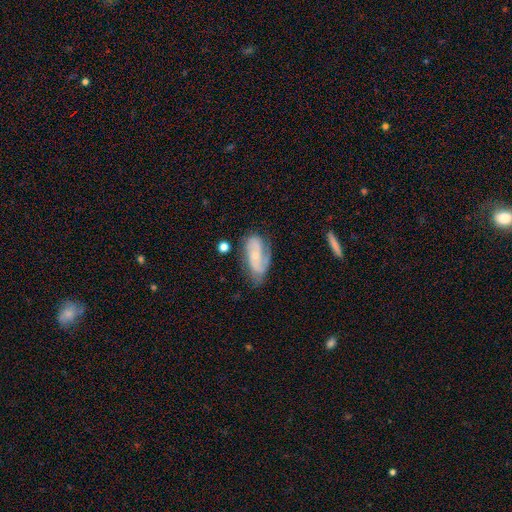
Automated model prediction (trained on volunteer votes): The model was most divided on "spiral winding": medium: 40%, tight: 37%, loose: 24%. More confident: edge-on disk — no (94%); spiral arms — yes (89%); smooth or featured — featured or disk (71%); bulge size — small (70%); bar — no (62%); spiral arm count — 2 (61%); merging — none (58%).